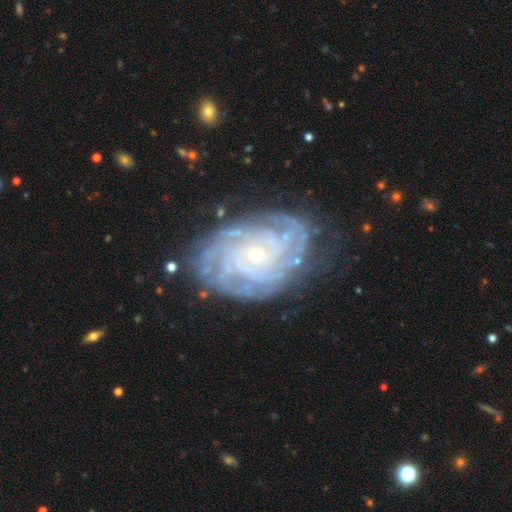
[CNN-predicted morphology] Q: Smooth or featured?
A: featured or disk (90%); runner-up: star or artifact (5%)
Q: Edge-on disk?
A: no (97%); runner-up: yes (3%)
Q: Bar?
A: no (70%); runner-up: weak (22%)
Q: Spiral arms?
A: yes (98%); runner-up: no (2%)
Q: Spiral winding?
A: tight (82%); runner-up: medium (16%)
Q: Spiral arm count?
A: 4 (26%); runner-up: more than 4 (24%)
Q: Bulge size?
A: small (73%); runner-up: moderate (22%)
Q: Merging?
A: none (78%); runner-up: minor disturbance (15%)